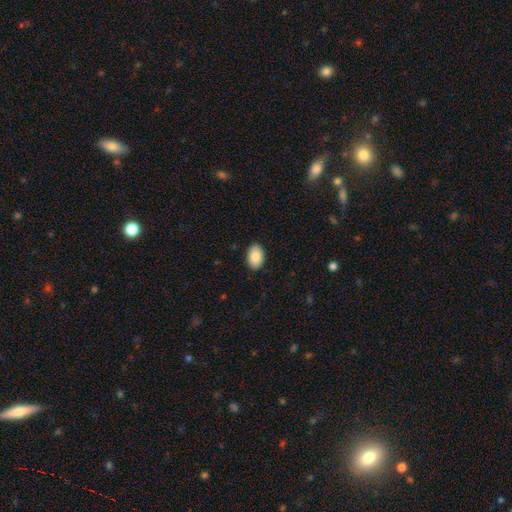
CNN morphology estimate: smooth-or-featured: smooth: 87% | featured or disk: 7% | star or artifact: 6%
  how-rounded: in between: 91% | round: 8% | cigar-shaped: 1%
  merging: none: 90% | minor disturbance: 8% | major disturbance: 2% | merger: 1%